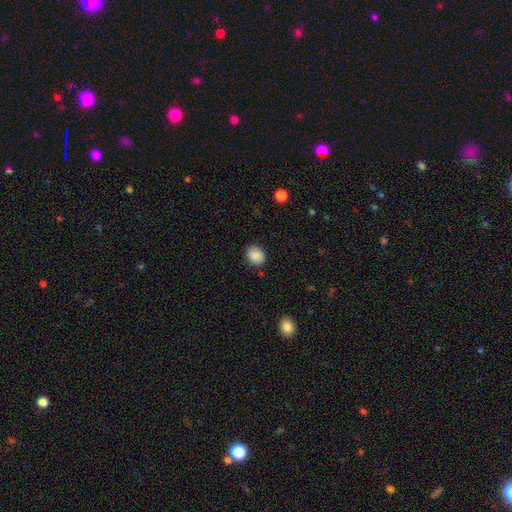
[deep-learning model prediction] This appears to be a smooth galaxy with no disk features (87%) that is round (64%). Merging: none (87%).